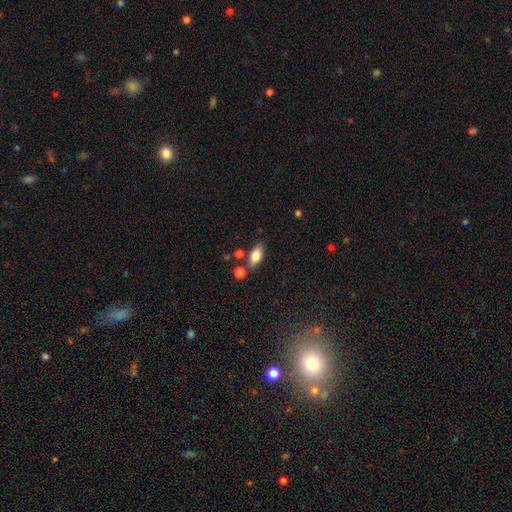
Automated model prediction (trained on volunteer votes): This appears to be a smooth galaxy with no disk features (80%) that is in between round and cigar-shaped (86%). Merging: none (73%).